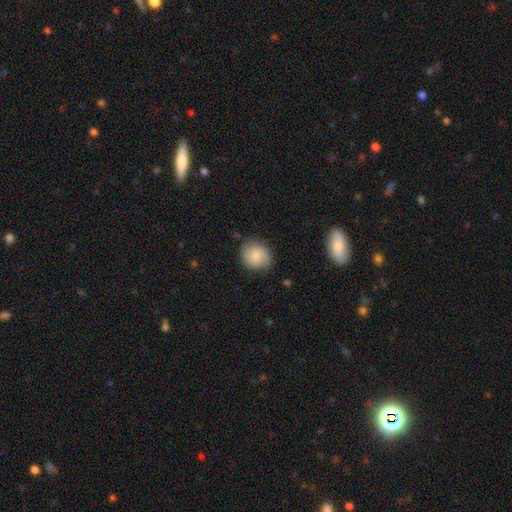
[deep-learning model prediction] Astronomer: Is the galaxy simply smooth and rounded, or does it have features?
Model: smooth — 77%.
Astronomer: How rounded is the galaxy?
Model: round — 68%.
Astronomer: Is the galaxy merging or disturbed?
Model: none — 77%.